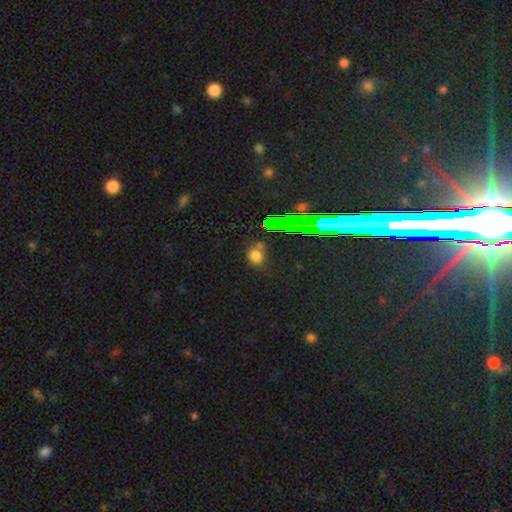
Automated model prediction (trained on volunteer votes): Morphology: type=smooth (65%); roundness=round (71%); merging=none (69%).